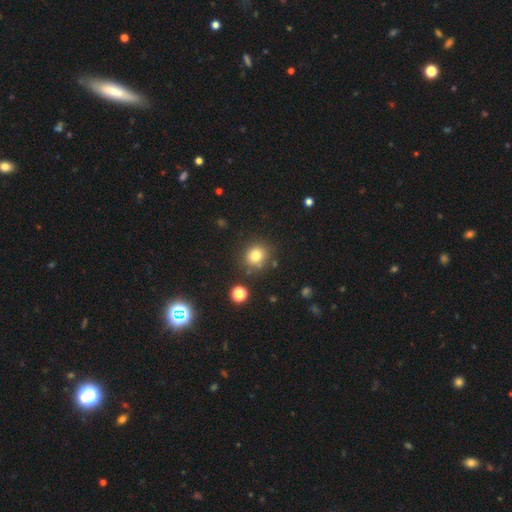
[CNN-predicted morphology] A smooth galaxy with no disk features (79%) that is round (81%).

Vote fractions:
- Smooth or featured? smooth: 79% / star or artifact: 13% / featured or disk: 8%
- How rounded? round: 81% / in between: 18% / cigar-shaped: 1%
- Merging? none: 80% / minor disturbance: 11% / merger: 6% / major disturbance: 3%